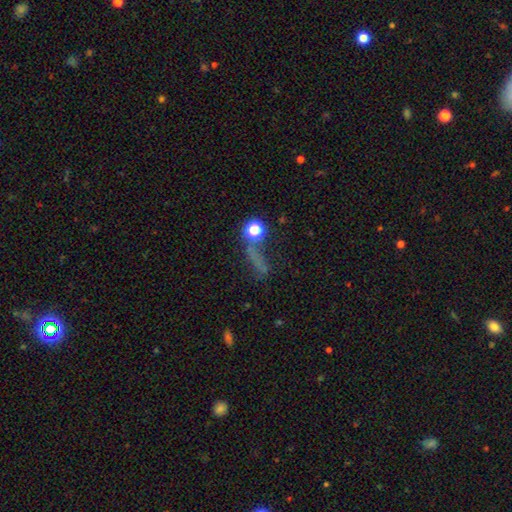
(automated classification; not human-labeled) Smooth or featured? smooth (45%)
Merging? none (48%)